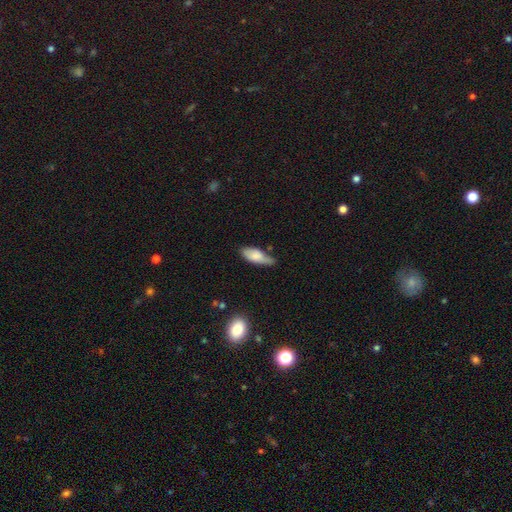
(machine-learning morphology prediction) smooth-or-featured: smooth: 76% | featured or disk: 17% | star or artifact: 7%
  how-rounded: in between: 73% | cigar-shaped: 24% | round: 2%
  merging: none: 50% | minor disturbance: 37% | major disturbance: 8% | merger: 5%